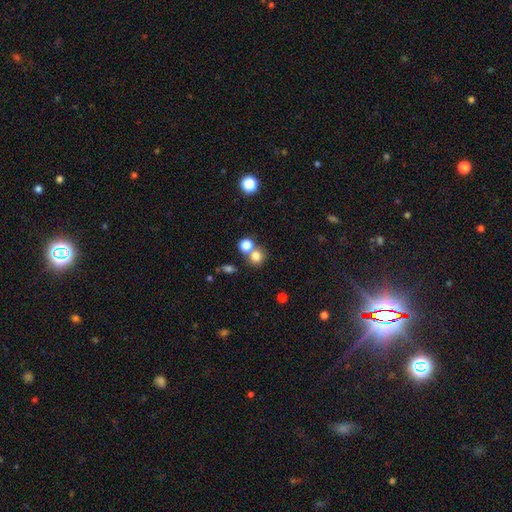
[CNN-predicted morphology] type=smooth (77%); roundness=round (85%); merging=none (56%).